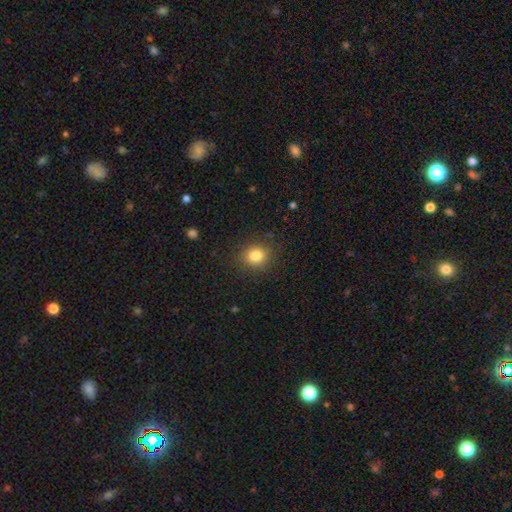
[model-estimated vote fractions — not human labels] smooth_or_featured: smooth (p=0.83) [alt: star or artifact p=0.11]
how_rounded: round (p=0.76) [alt: in between p=0.23]
merging: none (p=0.88) [alt: minor disturbance p=0.08]